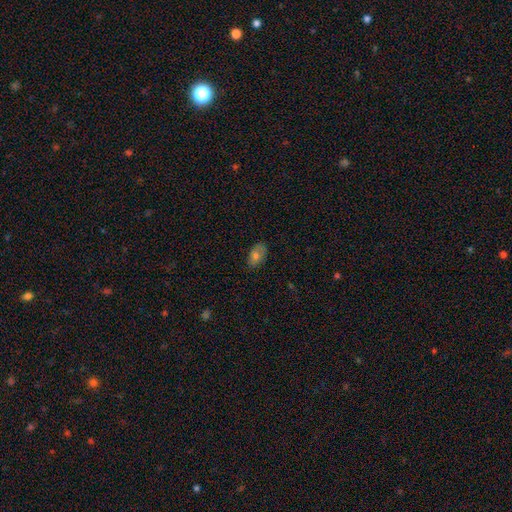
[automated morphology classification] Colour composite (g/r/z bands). It shows a smooth galaxy with no disk features (69%) that is in between round and cigar-shaped (90%). Merging: none (78%).